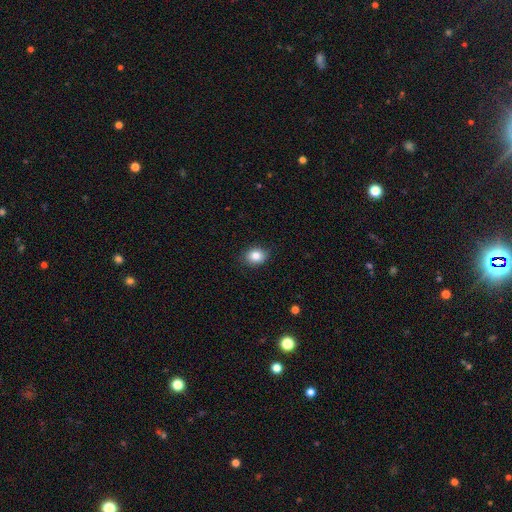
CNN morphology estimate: smooth 84%, star or artifact 9%, featured or disk 7%. Down the decision tree: how rounded — in between (52%); merging — none (86%).